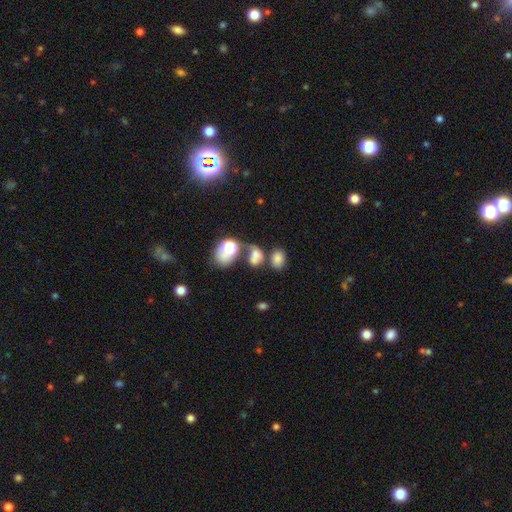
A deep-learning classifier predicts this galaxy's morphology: smooth_or_featured: smooth (p=0.69) [alt: star or artifact p=0.17]
how_rounded: in between (p=0.66) [alt: round p=0.32]
merging: merger (p=0.41) [alt: none p=0.31]